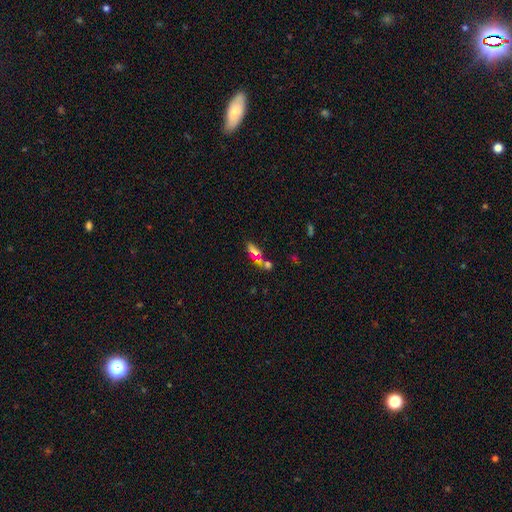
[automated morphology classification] Smooth or featured?
  - smooth: 51% *
  - featured or disk: 33%
  - star or artifact: 16%
How rounded?
  - cigar-shaped: 47% *
  - in between: 45%
  - round: 8%
Merging?
  - none: 54% *
  - merger: 27%
  - minor disturbance: 13%
  - major disturbance: 7%